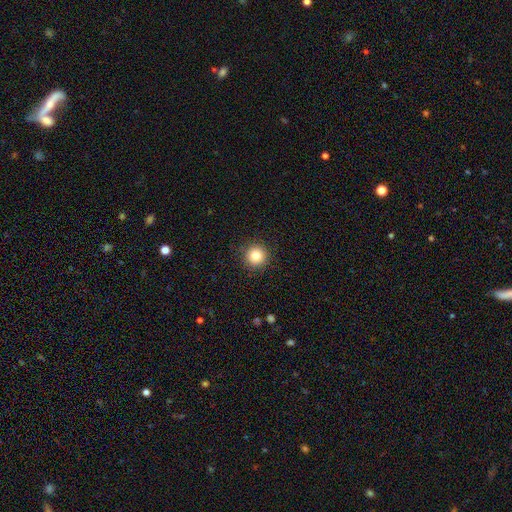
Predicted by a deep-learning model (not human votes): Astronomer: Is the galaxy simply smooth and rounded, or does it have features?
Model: smooth — 81%.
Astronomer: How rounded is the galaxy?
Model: round — 96%.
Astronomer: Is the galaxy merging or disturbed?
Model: none — 92%.